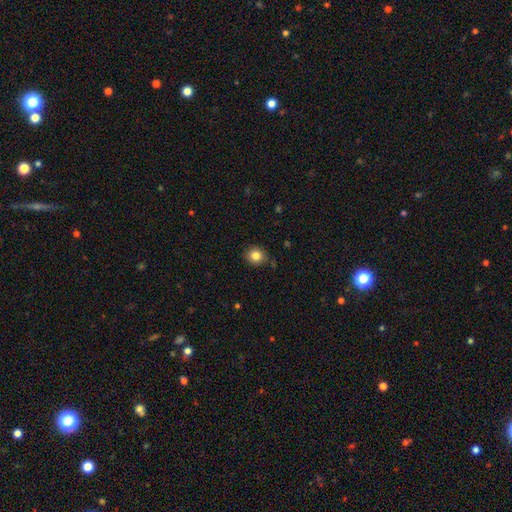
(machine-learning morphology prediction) The model was most divided on "how rounded": round: 82%, in between: 17%, cigar-shaped: 1%. More confident: merging — none (86%); smooth or featured — smooth (83%).